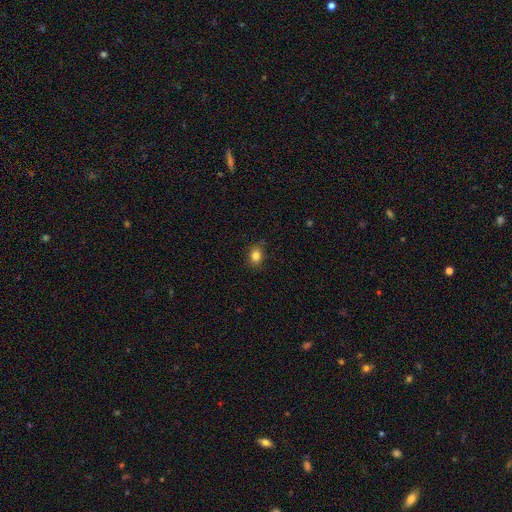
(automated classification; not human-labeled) Overall: smooth (83%). How rounded: in between (52%; round 47%). Merging: none (80%).